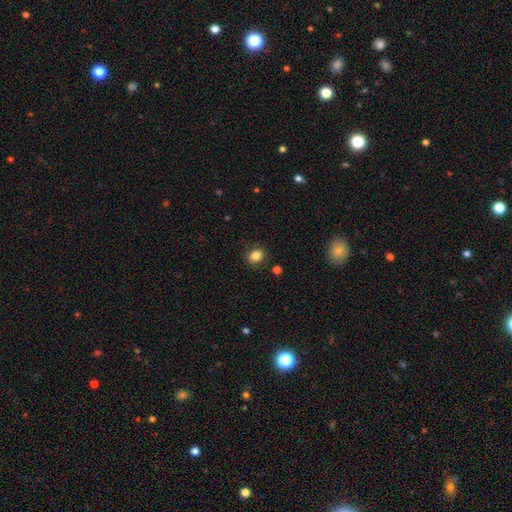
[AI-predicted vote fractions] smooth 85%, star or artifact 10%, featured or disk 5%. Down the decision tree: how rounded — round (56%); merging — none (85%).